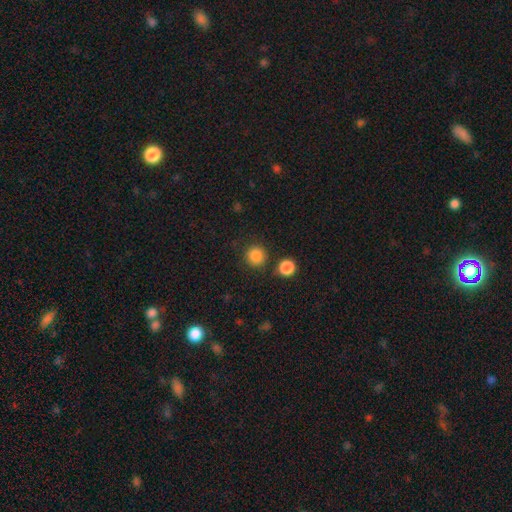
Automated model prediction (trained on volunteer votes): Smooth or featured?
  - smooth: 85% *
  - star or artifact: 11%
  - featured or disk: 4%
How rounded?
  - round: 94% *
  - in between: 5%
  - cigar-shaped: 1%
Merging?
  - none: 85% *
  - minor disturbance: 7%
  - merger: 5%
  - major disturbance: 3%